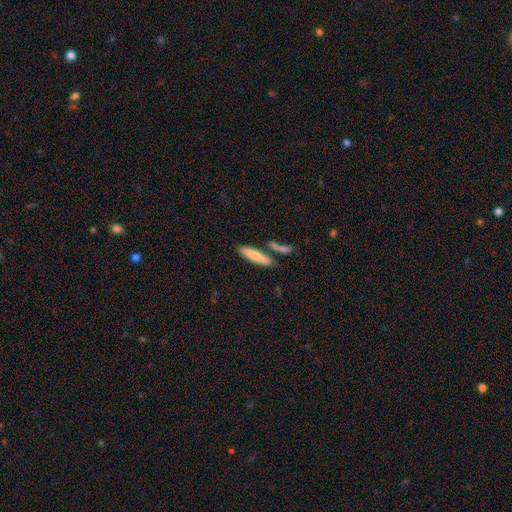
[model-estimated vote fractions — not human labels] The model was most divided on "smooth or featured": smooth: 75%, featured or disk: 19%, star or artifact: 6%. More confident: how rounded — cigar-shaped (78%); merging — none (71%).